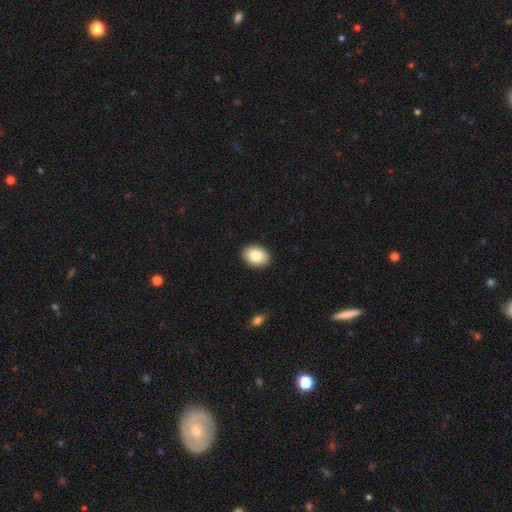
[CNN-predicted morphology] type=smooth (84%); roundness=in between (76%); merging=none (91%).